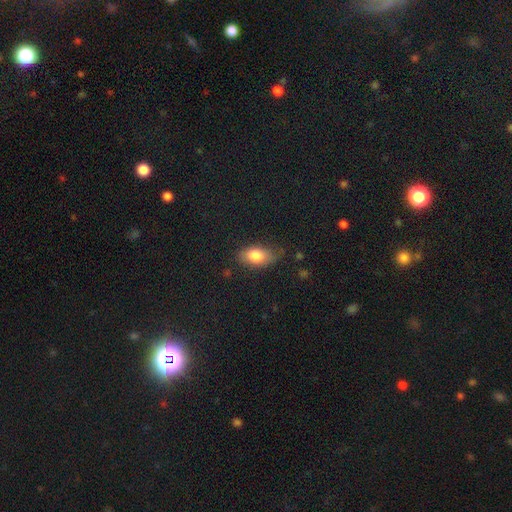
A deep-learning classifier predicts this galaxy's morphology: This is clearly a smooth galaxy (80%). How rounded: clearly in between (88%). Merging: likely none (69%).